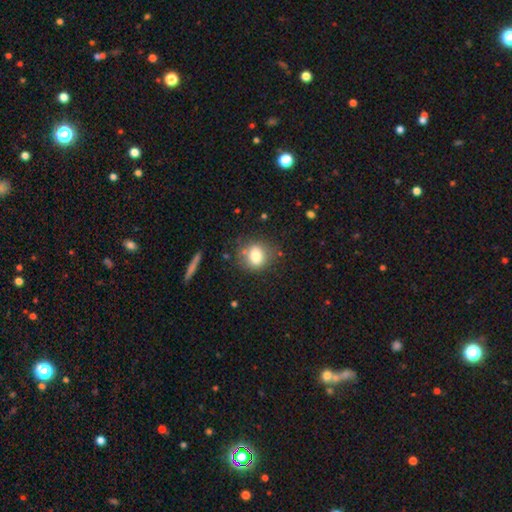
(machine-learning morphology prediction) Smooth or featured: smooth — 77% (featured or disk — 13%)
How rounded: round — 67% (in between — 32%)
Merging: none — 73% (minor disturbance — 16%)